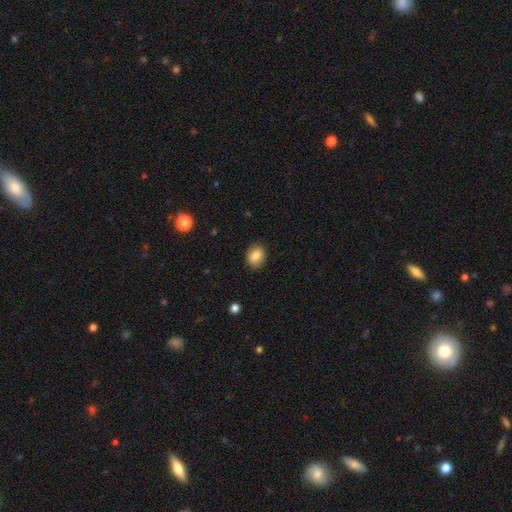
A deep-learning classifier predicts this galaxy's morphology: Smooth or featured? smooth (86%)
How rounded? in between (53%)
Merging? none (87%)